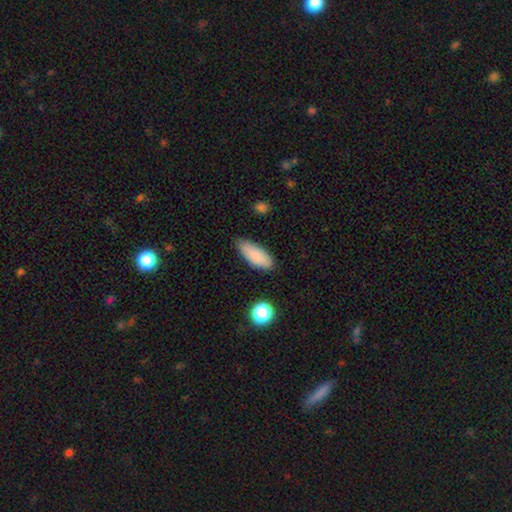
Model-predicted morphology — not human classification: Smooth or featured: smooth — 87% (star or artifact — 7%)
How rounded: in between — 72% (cigar-shaped — 26%)
Merging: none — 77% (minor disturbance — 18%)